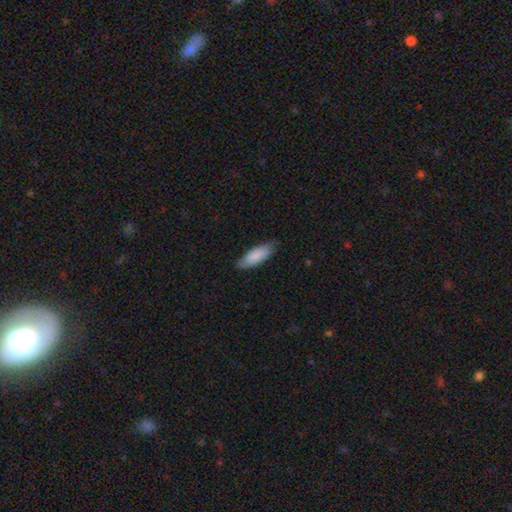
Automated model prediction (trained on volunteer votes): Morphology: type=smooth (86%); roundness=in between (70%); merging=none (76%).